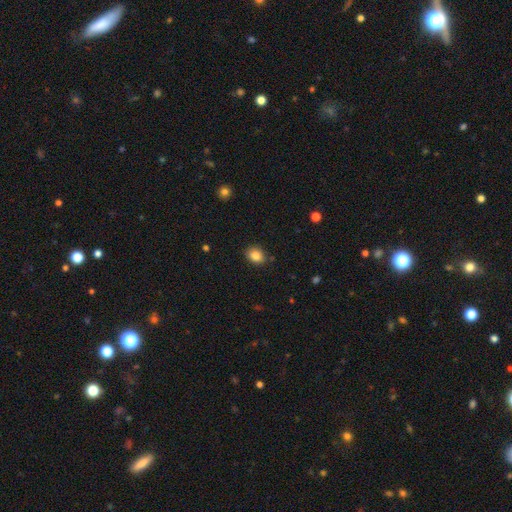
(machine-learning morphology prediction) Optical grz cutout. It shows a smooth galaxy with no disk features (84%) that is in between round and cigar-shaped (53%). Merging: none (86%).